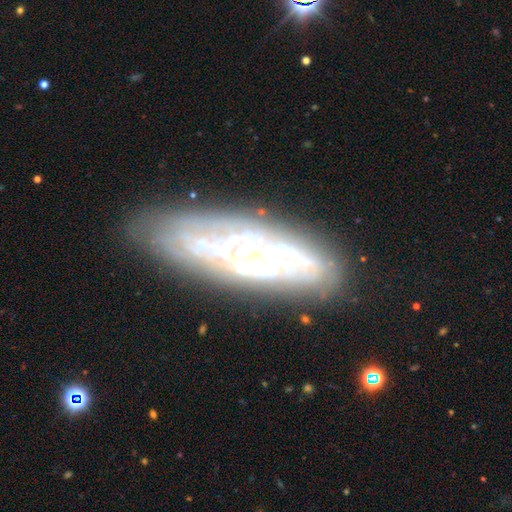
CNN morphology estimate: Q: Smooth or featured?
A: featured or disk (74%); runner-up: smooth (16%)
Q: Edge-on disk?
A: no (76%); runner-up: yes (24%)
Q: Bar?
A: no (73%); runner-up: weak (18%)
Q: Spiral arms?
A: yes (66%); runner-up: no (34%)
Q: Bulge size?
A: small (60%); runner-up: none (19%)
Q: Merging?
A: none (74%); runner-up: minor disturbance (15%)